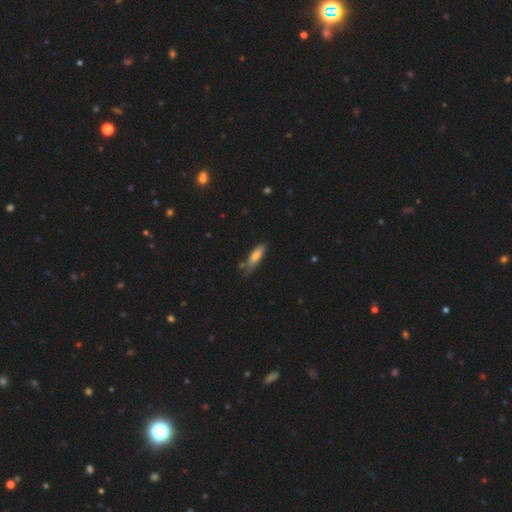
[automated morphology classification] This appears to be a smooth galaxy with no disk features (79%) that is cigar-shaped (52%). Merging: none (54%).